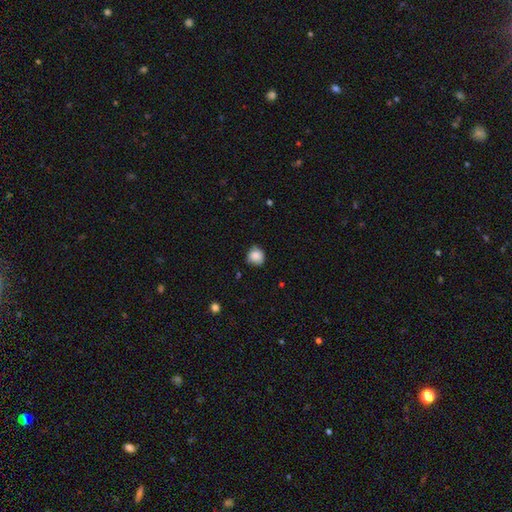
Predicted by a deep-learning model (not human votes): Smooth or featured? smooth (86%)
How rounded? round (87%)
Merging? none (73%)